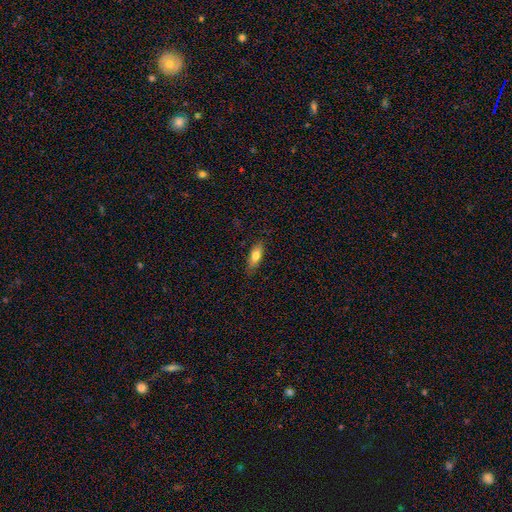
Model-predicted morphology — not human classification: smooth 73%, featured or disk 20%, star or artifact 7%. Down the decision tree: how rounded — in between (68%); merging — none (80%).